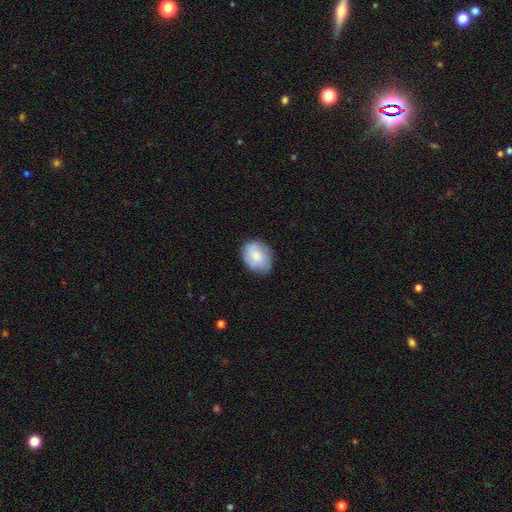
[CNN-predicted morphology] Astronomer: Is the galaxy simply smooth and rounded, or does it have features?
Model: smooth — 72%.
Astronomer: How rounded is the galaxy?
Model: in between — 67%.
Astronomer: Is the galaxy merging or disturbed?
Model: none — 77%.